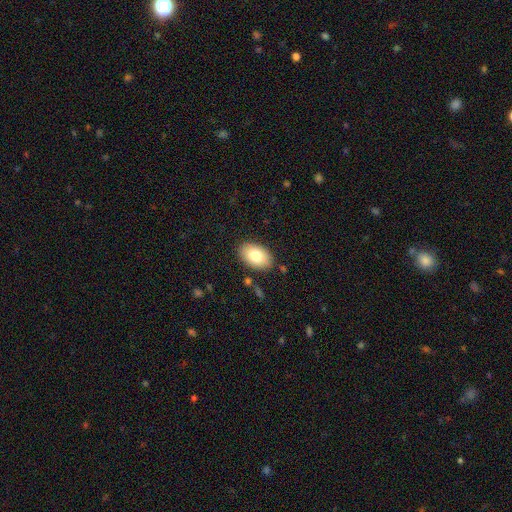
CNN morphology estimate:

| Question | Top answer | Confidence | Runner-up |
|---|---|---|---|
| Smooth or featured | smooth | 81% | featured or disk (13%) |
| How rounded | in between | 91% | round (7%) |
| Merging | none | 86% | minor disturbance (10%) |